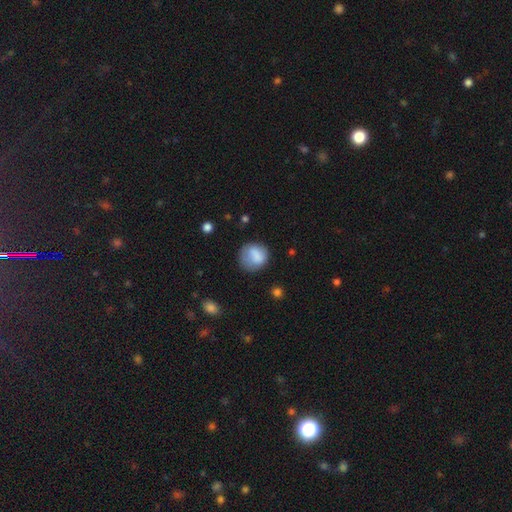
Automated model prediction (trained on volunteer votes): smooth 79%, featured or disk 13%, star or artifact 8%. Down the decision tree: how rounded — round (79%); merging — none (63%).